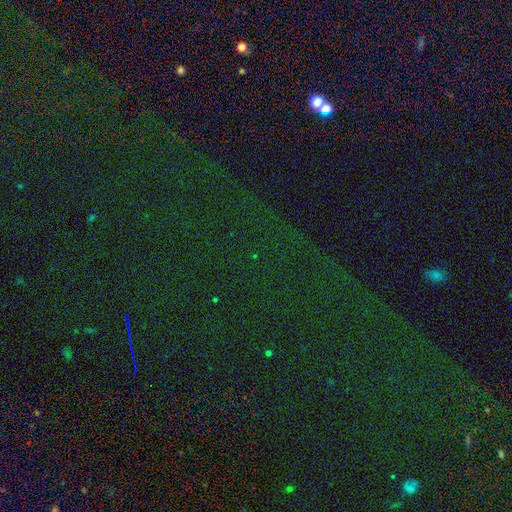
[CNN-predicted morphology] type=star or artifact (84%).